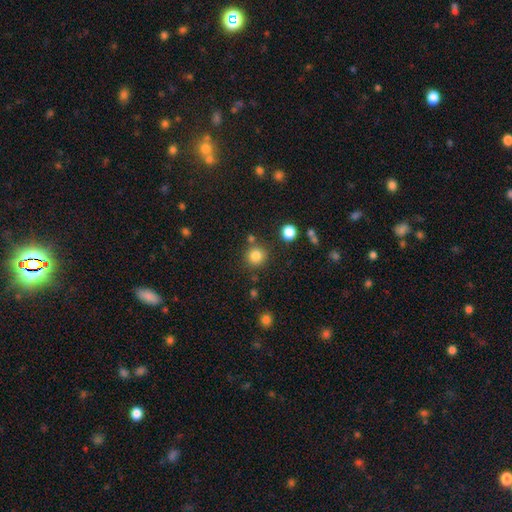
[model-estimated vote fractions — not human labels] The model was most divided on "smooth or featured": smooth: 83%, star or artifact: 12%, featured or disk: 5%. More confident: how rounded — round (91%); merging — none (81%).